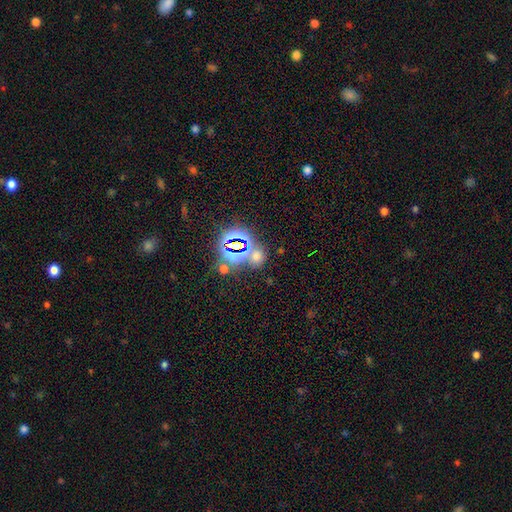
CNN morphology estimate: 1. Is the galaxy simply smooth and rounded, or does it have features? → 52% star or artifact, 41% smooth, 8% featured or disk.